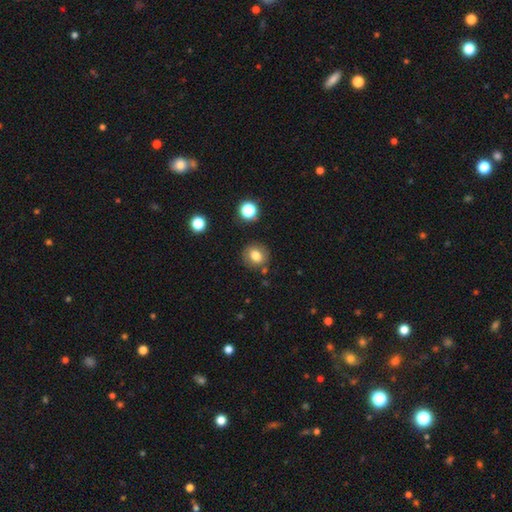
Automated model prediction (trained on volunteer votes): The model was most divided on "how rounded": round: 76%, in between: 23%, cigar-shaped: 1%. More confident: merging — none (82%); smooth or featured — smooth (77%).